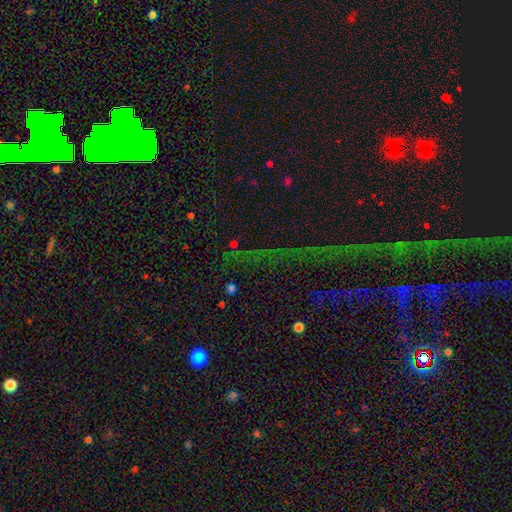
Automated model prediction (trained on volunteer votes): Smooth or featured: star or artifact — 80% (featured or disk — 11%)